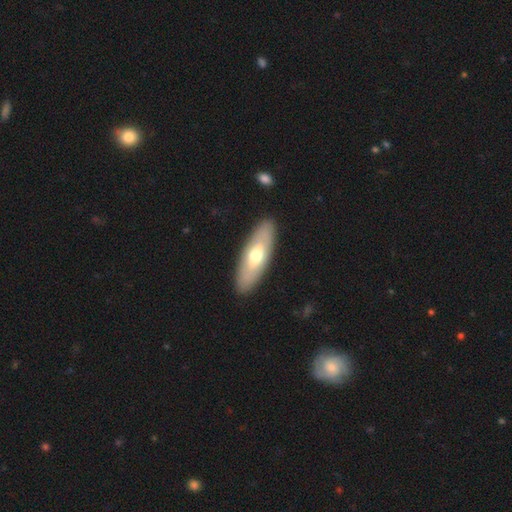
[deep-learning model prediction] Smooth or featured? smooth (55%)
How rounded? in between (66%)
Merging? none (89%)